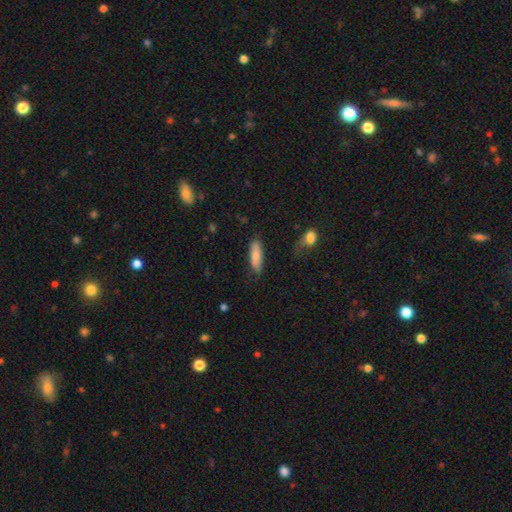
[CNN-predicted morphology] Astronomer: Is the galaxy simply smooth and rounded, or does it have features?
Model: smooth — 76%.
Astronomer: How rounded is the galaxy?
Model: in between — 50% (runner-up: cigar-shaped, 48%).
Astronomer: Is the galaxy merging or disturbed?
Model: none — 74%.